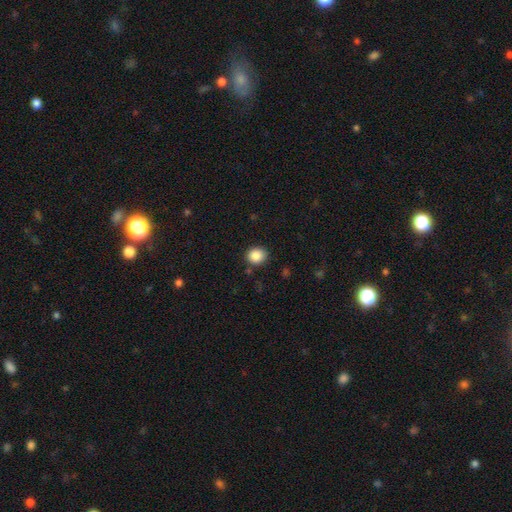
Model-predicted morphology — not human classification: This is clearly a smooth galaxy (87%). How rounded: likely round (77%). Merging: clearly none (86%).